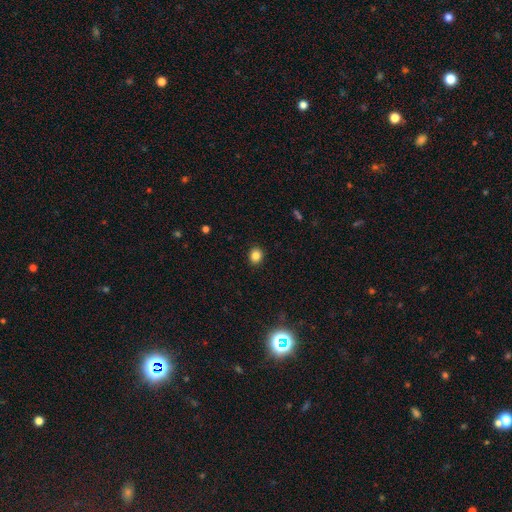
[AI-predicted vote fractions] smooth-or-featured: smooth: 84% | star or artifact: 11% | featured or disk: 5%
  how-rounded: round: 72% | in between: 27% | cigar-shaped: 1%
  merging: none: 91% | minor disturbance: 6% | major disturbance: 2% | merger: 1%